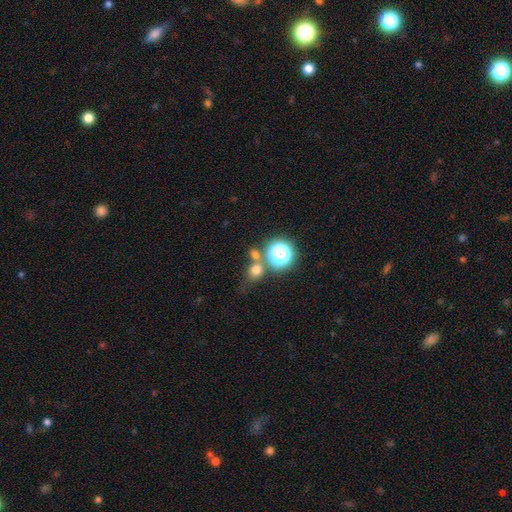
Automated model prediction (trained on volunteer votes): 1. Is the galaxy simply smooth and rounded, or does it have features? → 65% smooth, 26% star or artifact, 9% featured or disk.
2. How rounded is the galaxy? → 70% round, 28% in between, 2% cigar-shaped.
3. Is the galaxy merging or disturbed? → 58% none, 27% merger, 10% minor disturbance, 5% major disturbance.